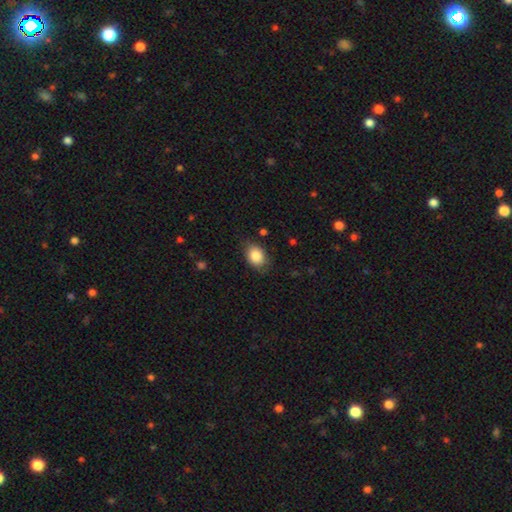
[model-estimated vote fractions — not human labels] The model was most divided on "how rounded": in between: 70%, round: 29%, cigar-shaped: 1%. More confident: smooth or featured — smooth (86%); merging — none (74%).